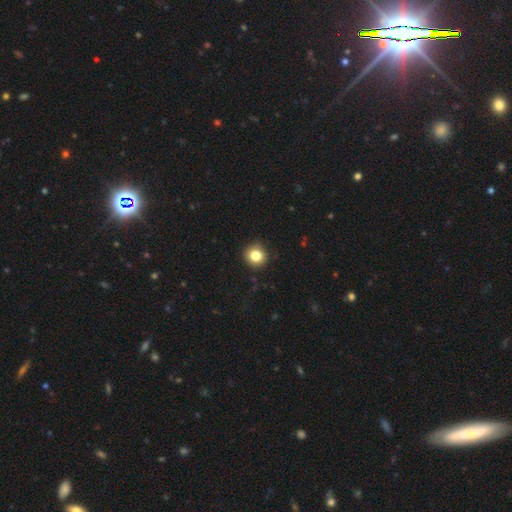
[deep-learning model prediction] Smooth or featured: smooth — 83% (star or artifact — 11%)
How rounded: round — 89% (in between — 10%)
Merging: none — 89% (minor disturbance — 8%)